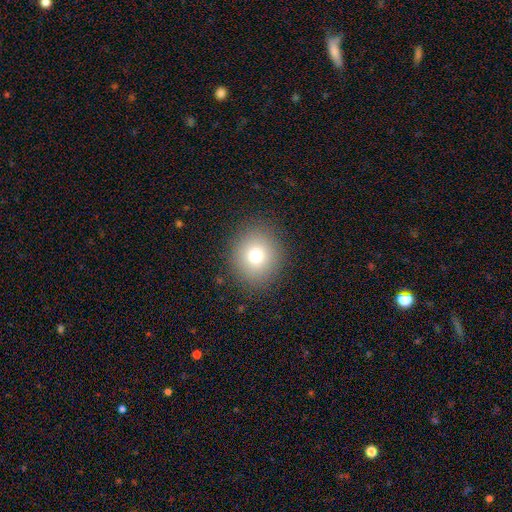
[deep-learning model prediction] Smooth or featured?
  - smooth: 76% *
  - star or artifact: 13%
  - featured or disk: 11%
How rounded?
  - round: 81% *
  - in between: 18%
  - cigar-shaped: 1%
Merging?
  - none: 88% *
  - minor disturbance: 8%
  - major disturbance: 3%
  - merger: 1%